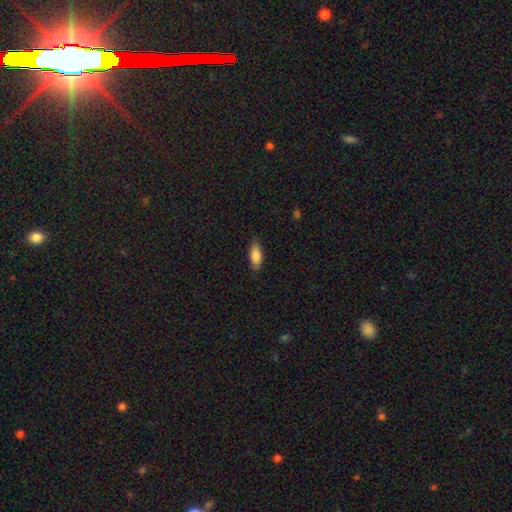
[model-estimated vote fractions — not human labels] The model was most divided on "how rounded": in between: 76%, cigar-shaped: 21%, round: 2%. More confident: merging — none (82%); smooth or featured — smooth (82%).